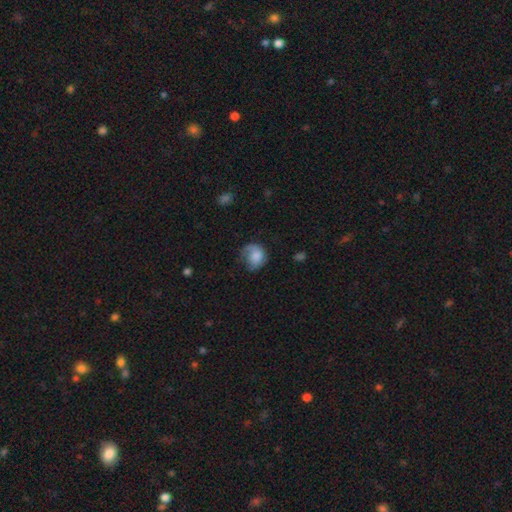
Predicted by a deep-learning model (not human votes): Q: Smooth or featured?
A: smooth (66%); runner-up: featured or disk (26%)
Q: How rounded?
A: round (68%); runner-up: in between (31%)
Q: Merging?
A: none (42%); runner-up: minor disturbance (30%)